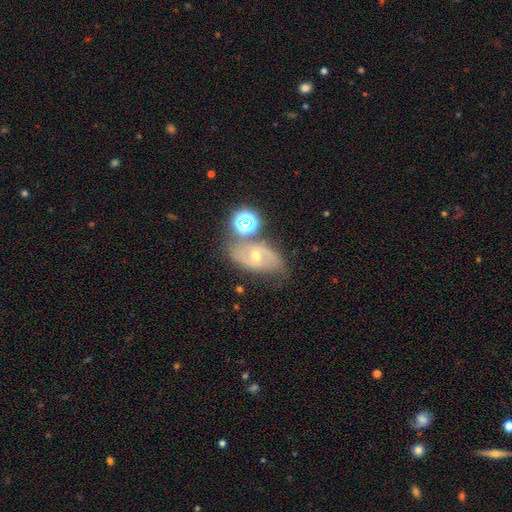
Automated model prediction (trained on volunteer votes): Smooth or featured? Predicted: featured or disk (p=0.68). Edge-on disk? Predicted: no (p=0.94). Bar? Predicted: no (p=0.57). Spiral arms? Predicted: yes (p=0.85). Spiral winding? Predicted: medium (p=0.48). Spiral arm count? Predicted: 2 (p=0.83). Bulge size? Predicted: moderate (p=0.54). Merging? Predicted: none (p=0.60).